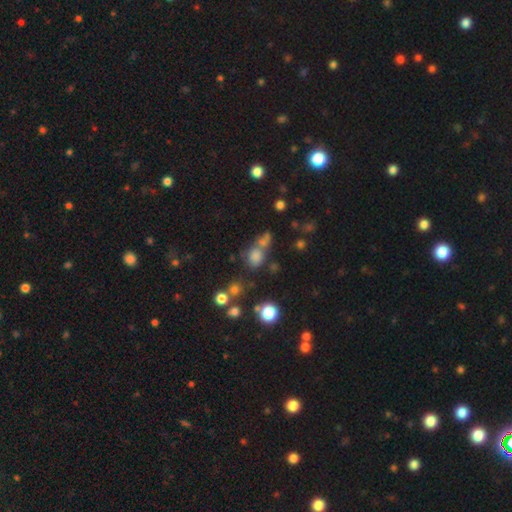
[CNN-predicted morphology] This appears to be a smooth galaxy with no disk features (67%) that is round (66%). Merging: none (48%).